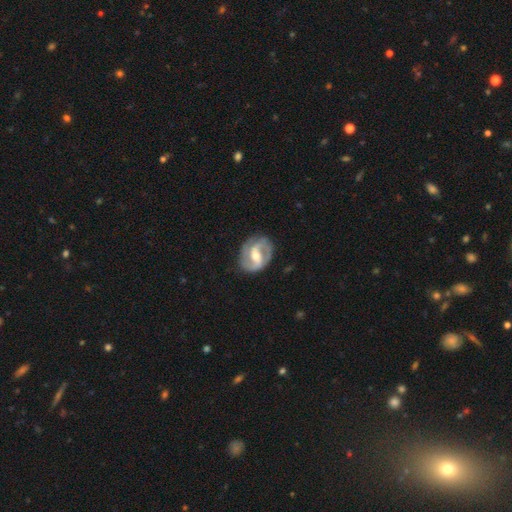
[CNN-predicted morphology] smooth_or_featured: featured or disk (p=0.86) [alt: smooth p=0.10]
disk_edge_on: no (p=0.98) [alt: yes p=0.02]
bar: weak (p=0.47) [alt: strong p=0.34]
has_spiral_arms: yes (p=0.95) [alt: no p=0.05]
spiral_winding: medium (p=0.51) [alt: tight p=0.32]
spiral_arm_count: 2 (p=0.87) [alt: can't tell p=0.05]
bulge_size: moderate (p=0.66) [alt: small p=0.25]
merging: none (p=0.79) [alt: minor disturbance p=0.15]